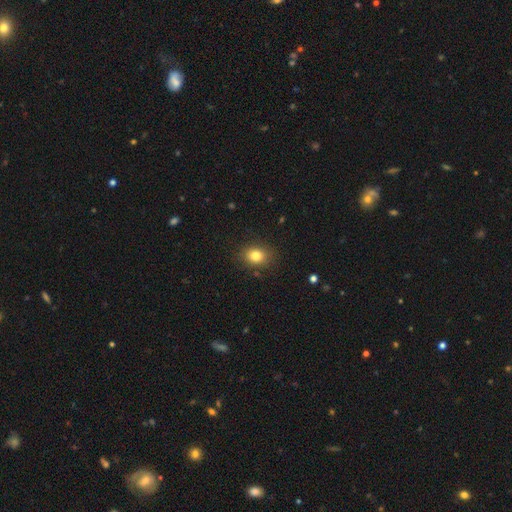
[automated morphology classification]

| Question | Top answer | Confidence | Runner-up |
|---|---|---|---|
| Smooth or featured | smooth | 82% | star or artifact (11%) |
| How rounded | in between | 51% | round (48%) |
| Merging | none | 86% | minor disturbance (10%) |